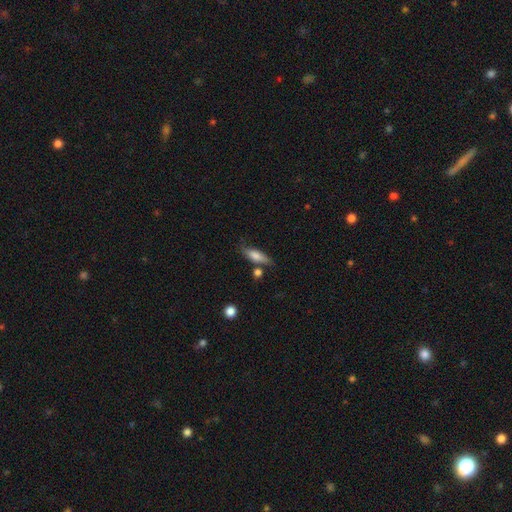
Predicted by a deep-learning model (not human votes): smooth-or-featured: smooth: 73% | featured or disk: 20% | star or artifact: 7%
  how-rounded: in between: 50% | cigar-shaped: 47% | round: 3%
  merging: none: 65% | minor disturbance: 20% | merger: 10% | major disturbance: 5%